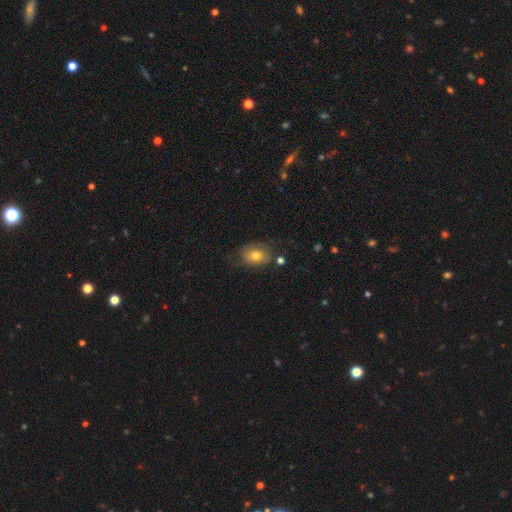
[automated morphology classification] Smooth or featured? smooth (66%)
How rounded? in between (63%)
Merging? none (59%)